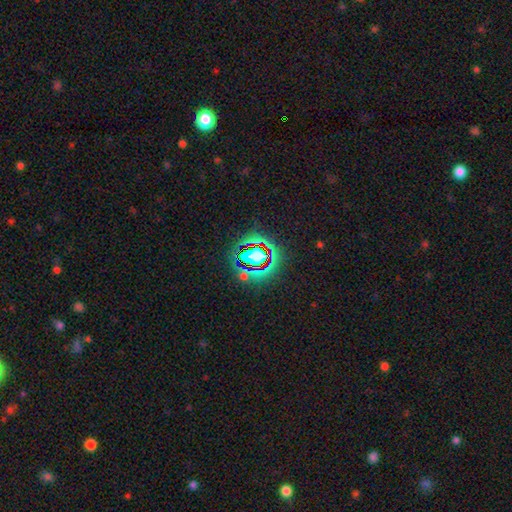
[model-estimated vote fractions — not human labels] Smooth or featured? Predicted: star or artifact (p=0.60).